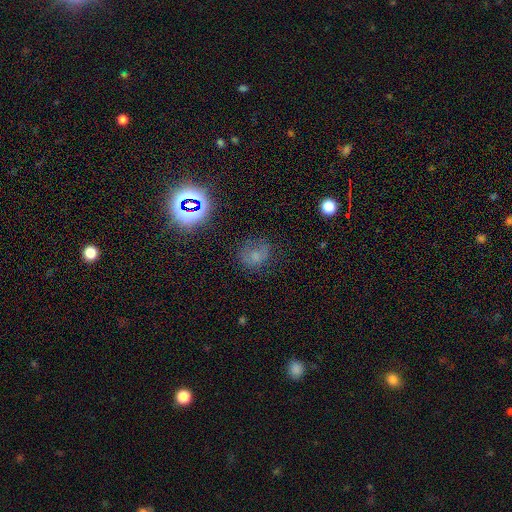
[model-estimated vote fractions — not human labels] Overall: smooth (55%; star or artifact 27%). How rounded: round (64%; in between 35%). Merging: none (57%; minor disturbance 24%).